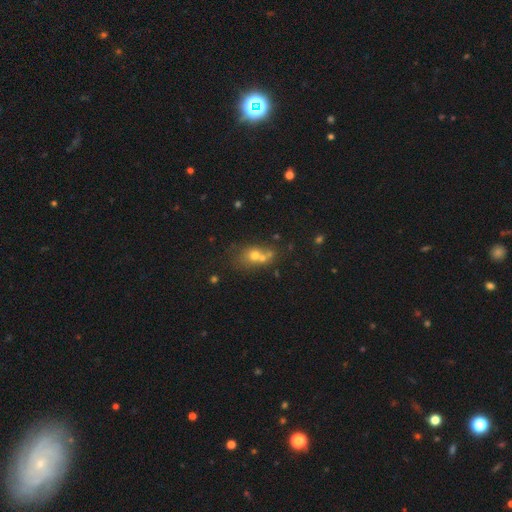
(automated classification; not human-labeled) Smooth or featured: smooth — 59% (featured or disk — 22%)
How rounded: round — 62% (in between — 36%)
Merging: merger — 49% (none — 35%)